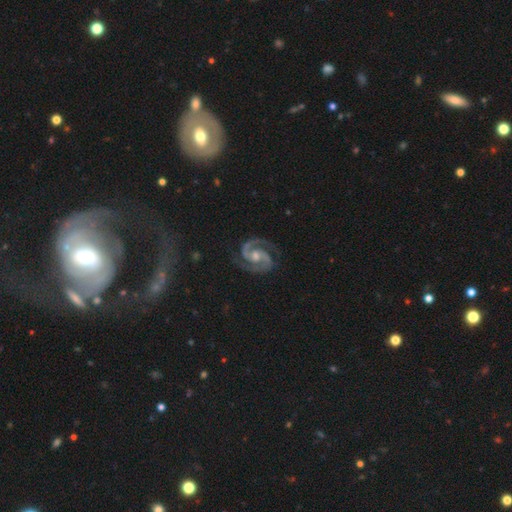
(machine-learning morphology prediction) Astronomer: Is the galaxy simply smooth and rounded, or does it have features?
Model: featured or disk — 93%.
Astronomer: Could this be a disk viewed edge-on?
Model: no — 98%.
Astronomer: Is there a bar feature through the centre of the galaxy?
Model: no — 47% (runner-up: weak, 38%).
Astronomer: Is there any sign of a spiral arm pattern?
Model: yes — 99%.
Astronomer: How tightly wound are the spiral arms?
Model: medium — 53% (runner-up: tight, 41%).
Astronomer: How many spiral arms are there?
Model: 2 — 94%.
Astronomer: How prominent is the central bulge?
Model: moderate — 60%.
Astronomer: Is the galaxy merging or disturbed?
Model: none — 81%.